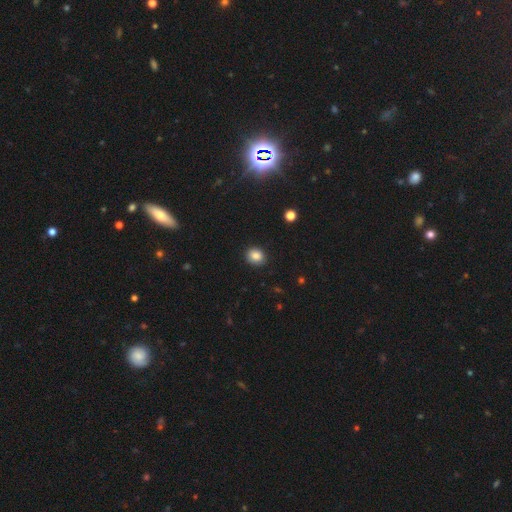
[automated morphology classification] The model was most divided on "how rounded": round: 68%, in between: 31%, cigar-shaped: 1%. More confident: merging — none (90%); smooth or featured — smooth (84%).